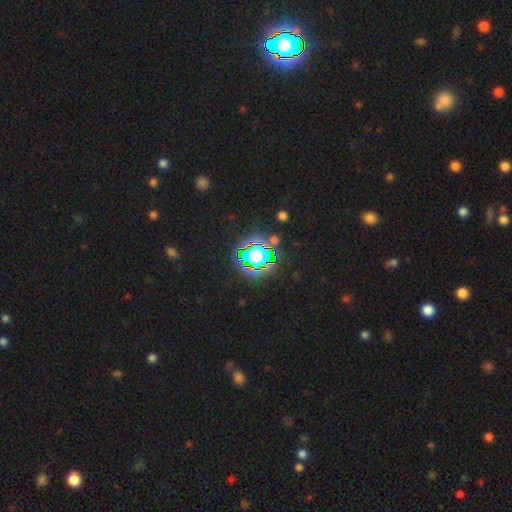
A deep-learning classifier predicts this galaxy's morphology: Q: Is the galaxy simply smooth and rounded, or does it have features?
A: star or artifact — 68%.